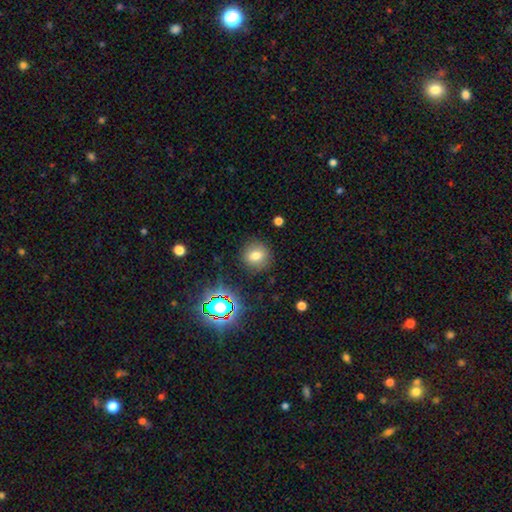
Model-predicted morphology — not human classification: smooth_or_featured: smooth (p=0.72) [alt: star or artifact p=0.17]
how_rounded: round (p=0.83) [alt: in between p=0.16]
merging: none (p=0.86) [alt: minor disturbance p=0.09]